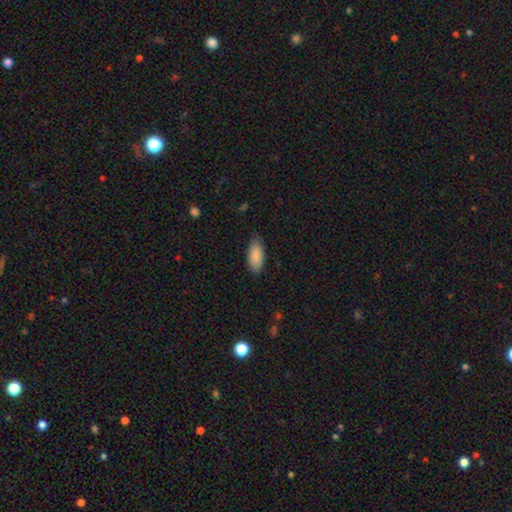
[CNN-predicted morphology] type=smooth (88%); roundness=in between (89%); merging=none (81%).